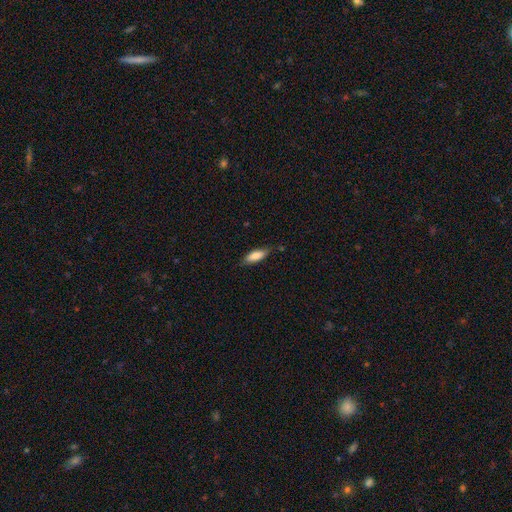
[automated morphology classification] Overall: smooth (81%). How rounded: in between (67%; cigar-shaped 31%). Merging: none (74%).